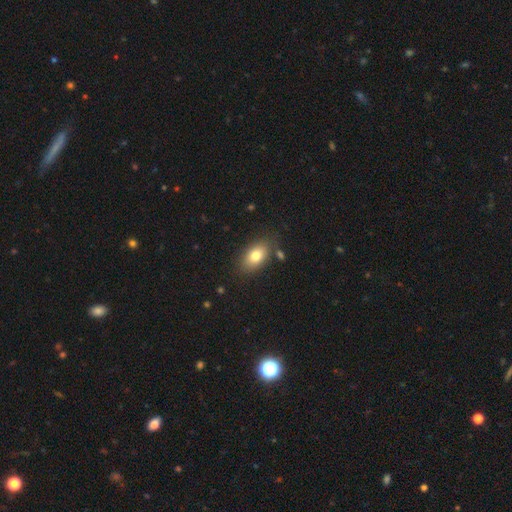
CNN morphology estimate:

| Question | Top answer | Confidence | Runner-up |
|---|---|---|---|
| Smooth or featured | smooth | 78% | featured or disk (14%) |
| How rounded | in between | 88% | round (9%) |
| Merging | none | 80% | minor disturbance (13%) |